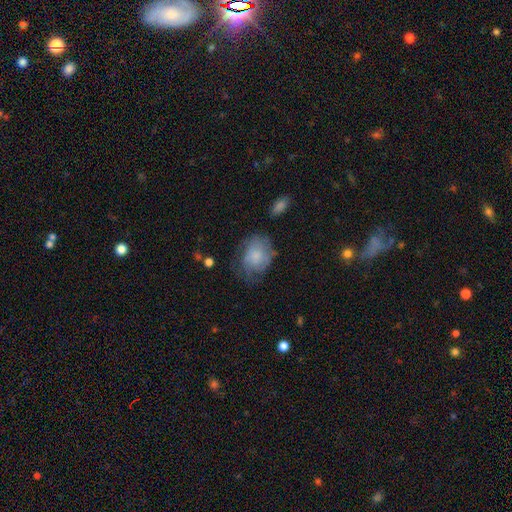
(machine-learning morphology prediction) Overall: smooth (61%; featured or disk 31%). How rounded: in between (59%; round 40%). Merging: none (48%; minor disturbance 31%).